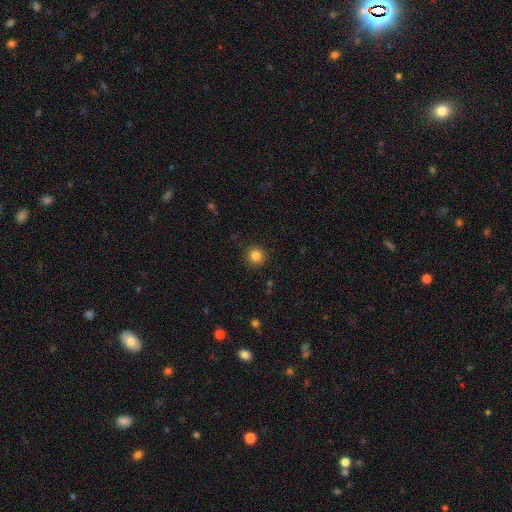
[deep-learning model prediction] Overall: smooth (84%). How rounded: round (95%). Merging: none (91%).